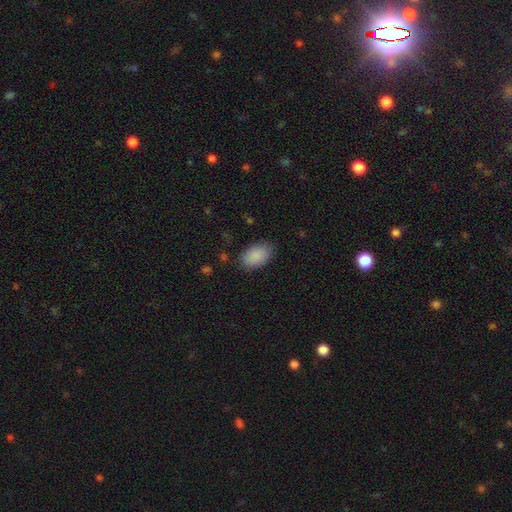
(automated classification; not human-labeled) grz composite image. It shows a smooth galaxy with no disk features (89%) that is in between round and cigar-shaped (92%). Merging: none (84%).